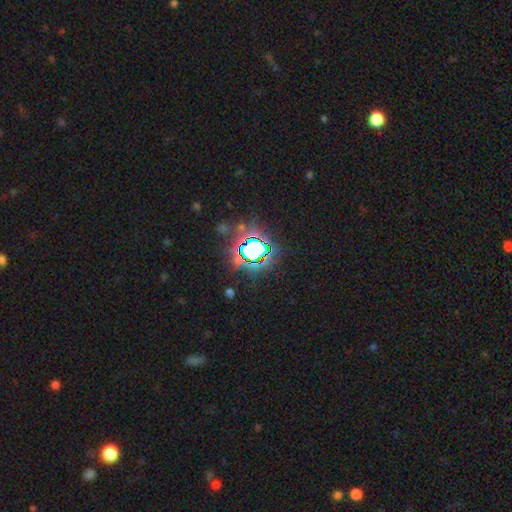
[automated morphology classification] This is clearly a star or artifact rather than a galaxy (80%).